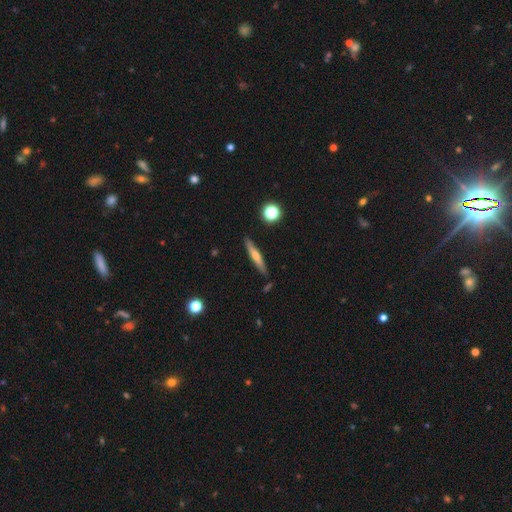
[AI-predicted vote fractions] Overall: smooth (51%; featured or disk 41%). How rounded: cigar-shaped (90%). Merging: none (84%).